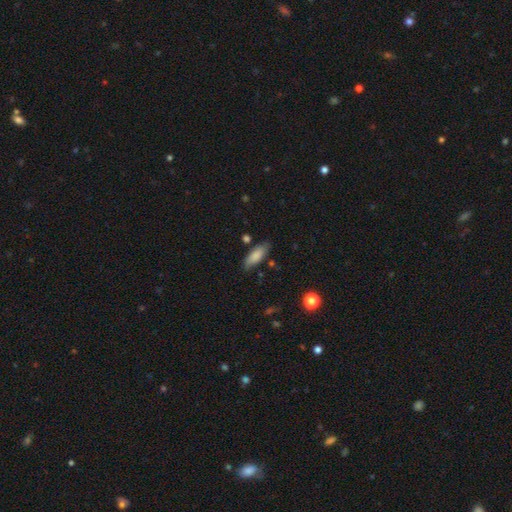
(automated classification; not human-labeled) smooth_or_featured: smooth (p=0.82) [alt: featured or disk p=0.11]
how_rounded: in between (p=0.69) [alt: cigar-shaped p=0.29]
merging: none (p=0.79) [alt: minor disturbance p=0.15]